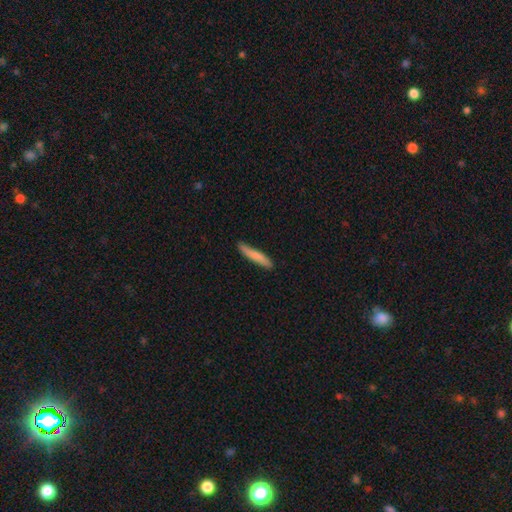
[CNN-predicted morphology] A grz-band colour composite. It shows a smooth galaxy with no disk features (77%) that is cigar-shaped (92%). Merging: none (82%).